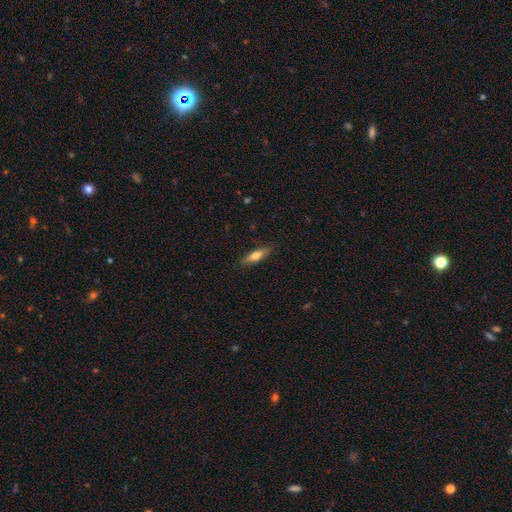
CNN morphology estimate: A smooth galaxy with no disk features (65%) that is cigar-shaped (61%).

Vote fractions:
- Smooth or featured? smooth: 65% / featured or disk: 29% / star or artifact: 6%
- How rounded? cigar-shaped: 61% / in between: 37% / round: 2%
- Merging? none: 86% / minor disturbance: 11% / major disturbance: 2% / merger: 1%